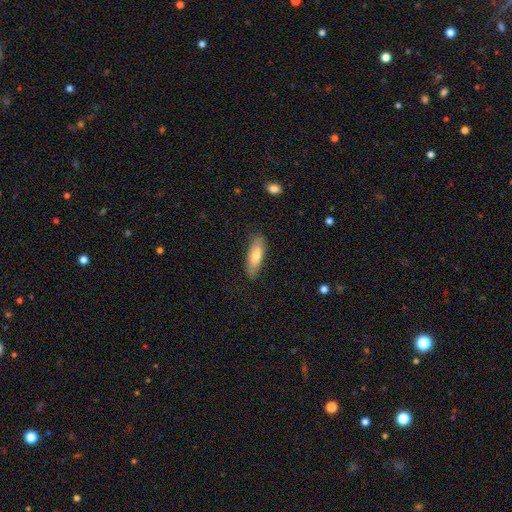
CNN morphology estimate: type=smooth (69%); roundness=in between (57%); merging=none (83%).